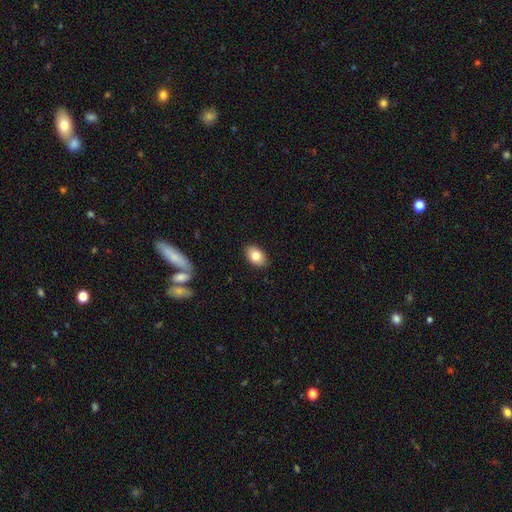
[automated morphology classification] Smooth or featured: smooth — 81% (featured or disk — 12%)
How rounded: in between — 87% (round — 12%)
Merging: none — 89% (minor disturbance — 8%)